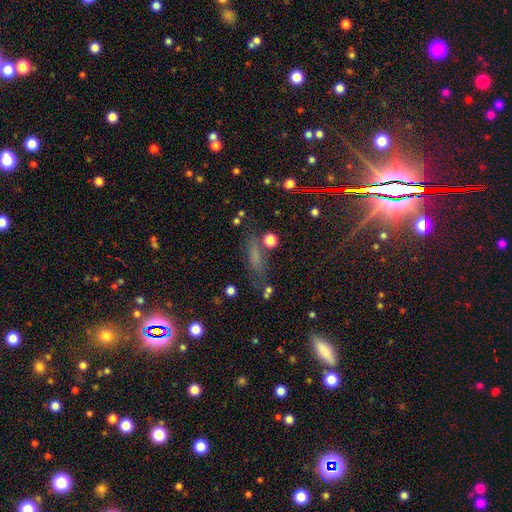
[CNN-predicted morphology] Smooth or featured? smooth (49%)
Merging? none (69%)